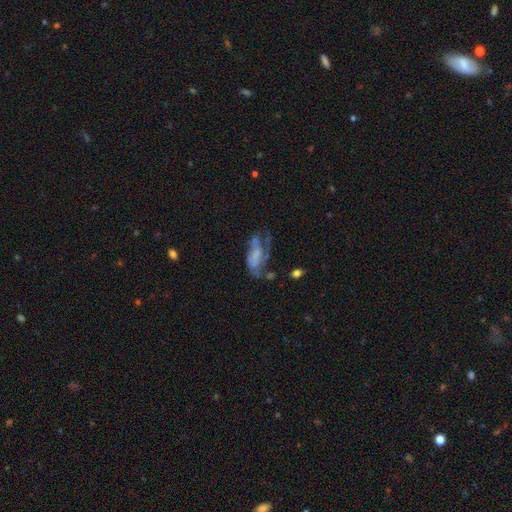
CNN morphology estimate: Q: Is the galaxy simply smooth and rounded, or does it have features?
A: featured or disk — 57%.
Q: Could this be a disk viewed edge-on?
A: no — 92%.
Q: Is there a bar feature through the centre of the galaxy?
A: no — 67%.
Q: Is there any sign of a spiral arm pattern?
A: no — 53%.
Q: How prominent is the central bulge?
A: none — 44%.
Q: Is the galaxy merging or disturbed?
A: major disturbance — 38%.